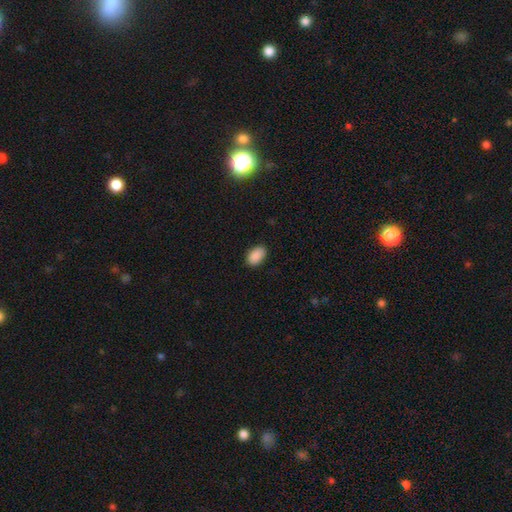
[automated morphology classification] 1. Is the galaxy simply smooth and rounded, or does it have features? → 90% smooth, 7% star or artifact, 3% featured or disk.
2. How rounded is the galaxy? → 91% in between, 7% round, 1% cigar-shaped.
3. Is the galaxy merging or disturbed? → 88% none, 9% minor disturbance, 2% major disturbance, 1% merger.